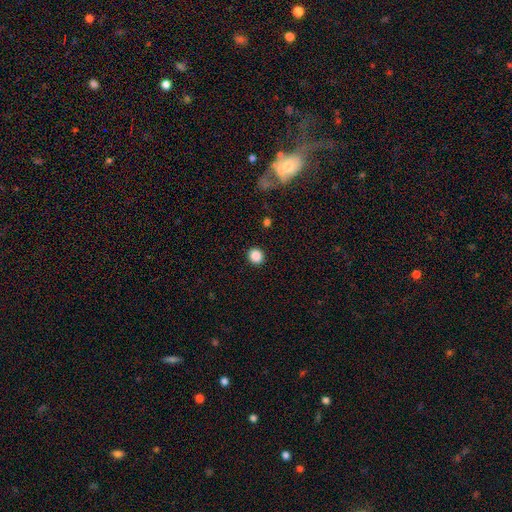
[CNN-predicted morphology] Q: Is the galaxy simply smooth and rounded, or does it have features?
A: smooth — 87%.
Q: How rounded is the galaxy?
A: round — 87%.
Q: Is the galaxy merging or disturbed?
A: none — 92%.